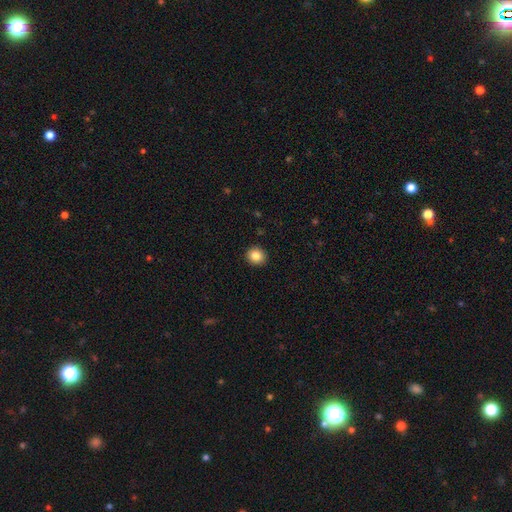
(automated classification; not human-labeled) Morphology: type=smooth (84%); roundness=round (85%); merging=none (92%).